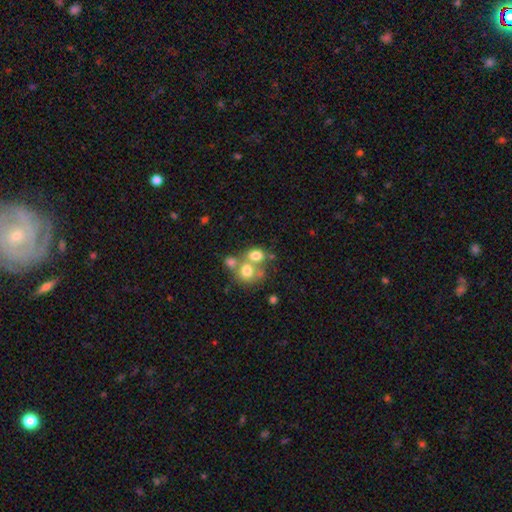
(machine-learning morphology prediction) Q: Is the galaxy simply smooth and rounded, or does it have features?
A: smooth — 70%.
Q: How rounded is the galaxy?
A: round — 59%.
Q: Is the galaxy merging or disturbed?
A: merger — 52%.